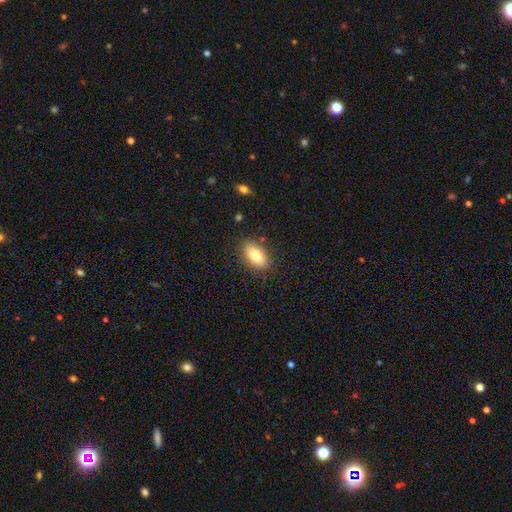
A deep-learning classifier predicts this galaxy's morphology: type=smooth (81%); roundness=in between (91%); merging=none (84%).